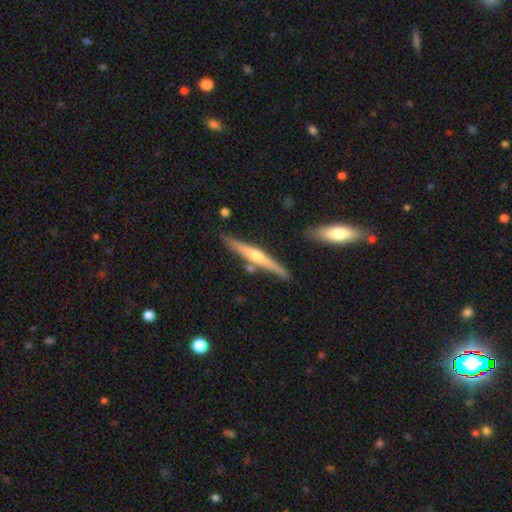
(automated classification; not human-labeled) The model was most divided on "smooth or featured": featured or disk: 67%, smooth: 28%, star or artifact: 6%. More confident: edge-on disk — yes (97%); edge-on bulge — rounded (86%); merging — none (83%).